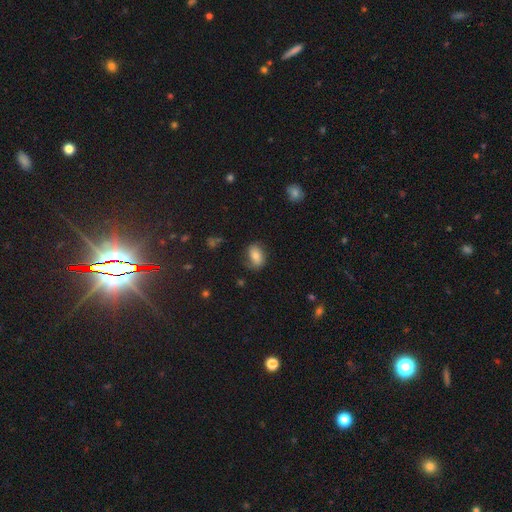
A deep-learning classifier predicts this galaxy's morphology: smooth_or_featured: smooth (p=0.74) [alt: featured or disk p=0.17]
how_rounded: in between (p=0.82) [alt: round p=0.16]
merging: none (p=0.70) [alt: minor disturbance p=0.21]